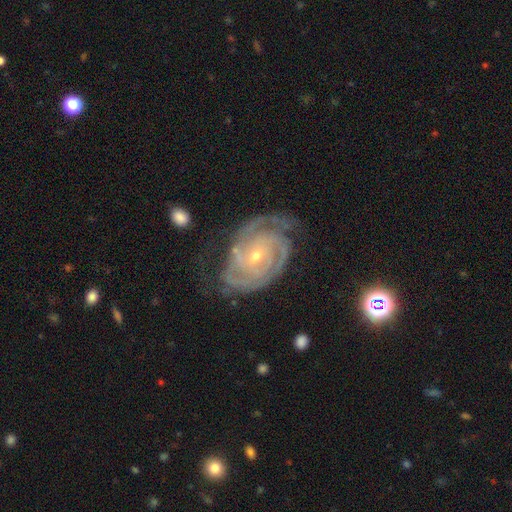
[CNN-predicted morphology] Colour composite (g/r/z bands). It shows a featured or disk galaxy (91%) with no bar (66%), 2 (35%) tight (76%) spiral arms (98%) and a small central bulge (64%). Merging: none (66%).